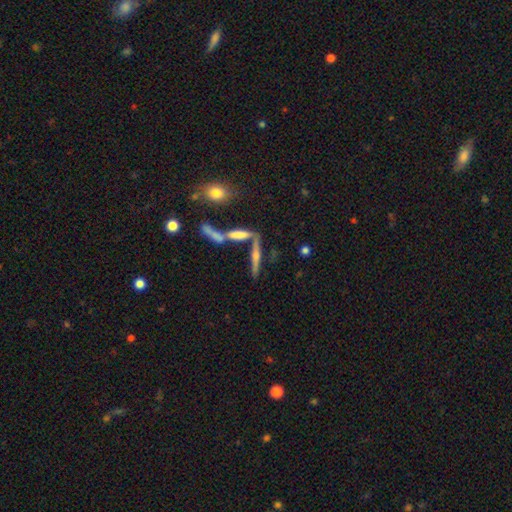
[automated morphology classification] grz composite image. It shows a featured or disk galaxy (61%) viewed edge-on (89%) with a rounded central bulge (79%). Merging: none (58%).